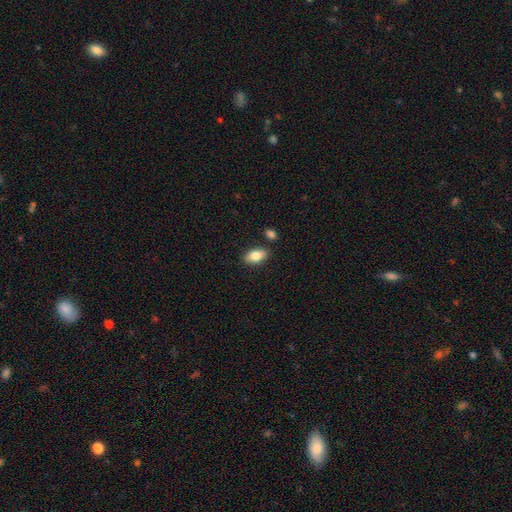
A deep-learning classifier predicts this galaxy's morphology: smooth_or_featured: smooth (p=0.81) [alt: featured or disk p=0.12]
how_rounded: in between (p=0.90) [alt: cigar-shaped p=0.05]
merging: none (p=0.83) [alt: minor disturbance p=0.10]